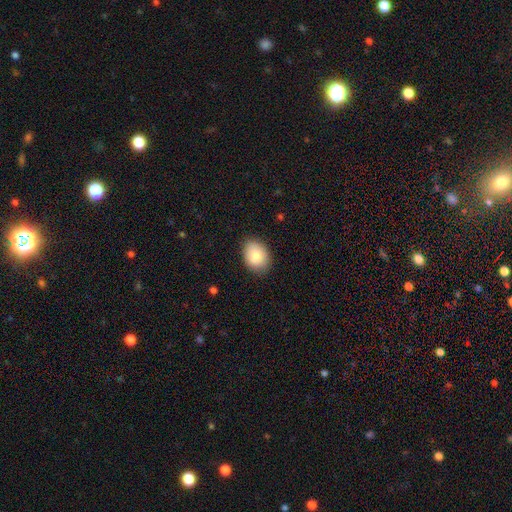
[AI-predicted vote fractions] Morphology: type=smooth (83%); roundness=in between (69%); merging=none (82%).